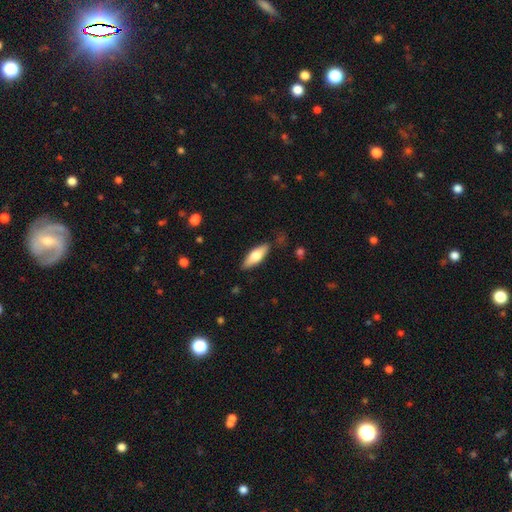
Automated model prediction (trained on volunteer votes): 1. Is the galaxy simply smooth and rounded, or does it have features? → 64% smooth, 30% featured or disk, 5% star or artifact.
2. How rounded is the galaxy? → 57% in between, 41% cigar-shaped, 2% round.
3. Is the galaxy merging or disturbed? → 85% none, 11% minor disturbance, 2% major disturbance, 1% merger.